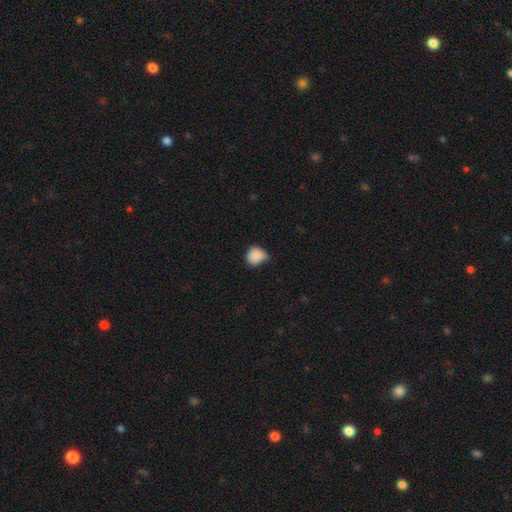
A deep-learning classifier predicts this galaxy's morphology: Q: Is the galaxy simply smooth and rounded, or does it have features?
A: smooth — 86%.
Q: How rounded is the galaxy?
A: round — 73%.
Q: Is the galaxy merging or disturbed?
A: minor disturbance — 46%.